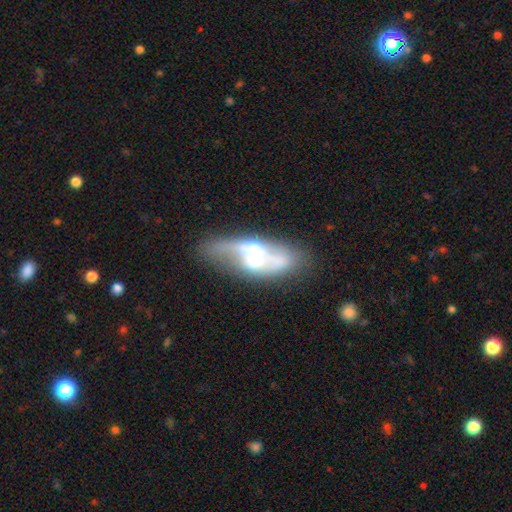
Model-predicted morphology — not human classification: Smooth or featured? featured or disk (62%)
Edge-on disk? no (80%)
Merging? none (43%)